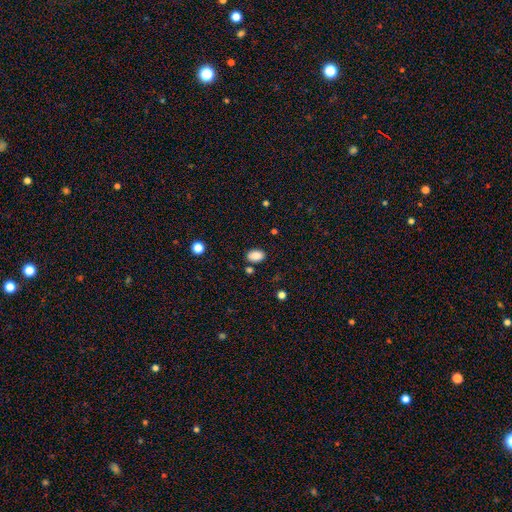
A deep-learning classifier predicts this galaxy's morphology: Smooth or featured? Predicted: smooth (p=0.87). How rounded? Predicted: in between (p=0.83). Merging? Predicted: none (p=0.81).